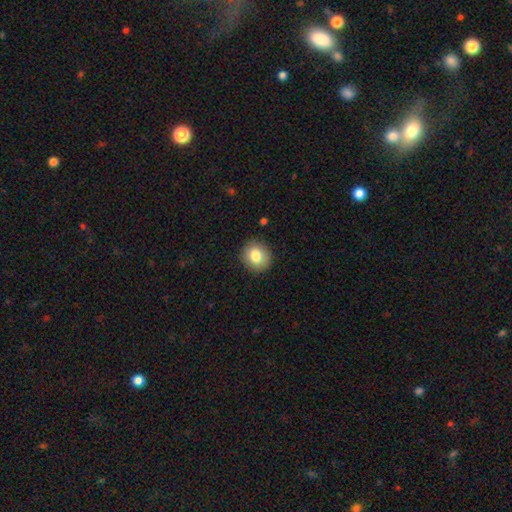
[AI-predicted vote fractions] Q: Smooth or featured?
A: smooth (81%); runner-up: featured or disk (10%)
Q: How rounded?
A: round (80%); runner-up: in between (19%)
Q: Merging?
A: none (88%); runner-up: minor disturbance (8%)